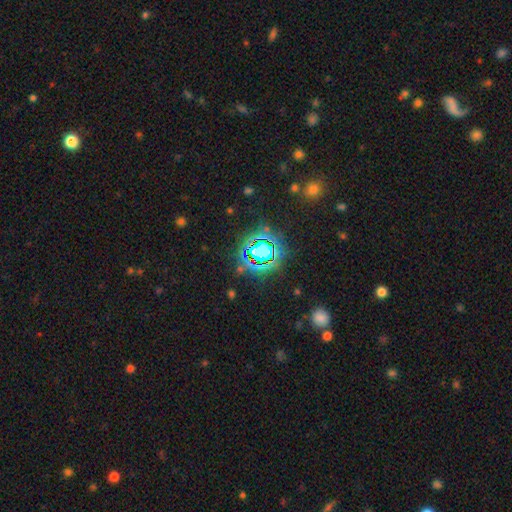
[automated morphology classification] A star or artifact, not a galaxy (75%).

Vote fractions:
- Smooth or featured? star or artifact: 75% / smooth: 15% / featured or disk: 11%